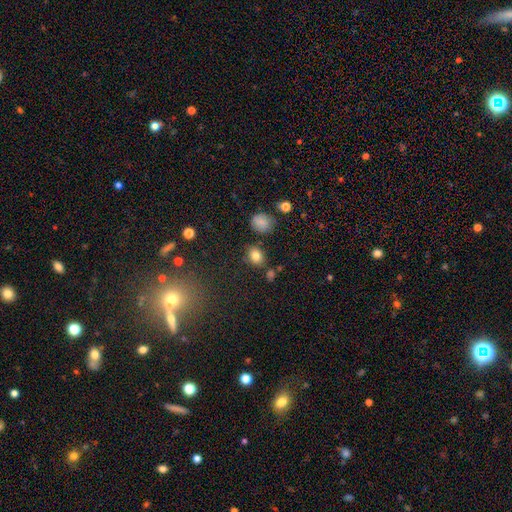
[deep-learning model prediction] smooth 82%, star or artifact 12%, featured or disk 7%. Down the decision tree: how rounded — in between (58%); merging — none (77%).